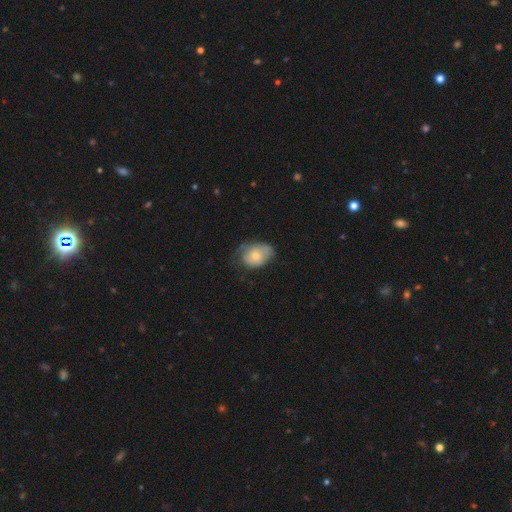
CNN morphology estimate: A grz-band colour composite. It shows a smooth galaxy with no disk features (70%) that is in between round and cigar-shaped (71%). Merging: none (48%).